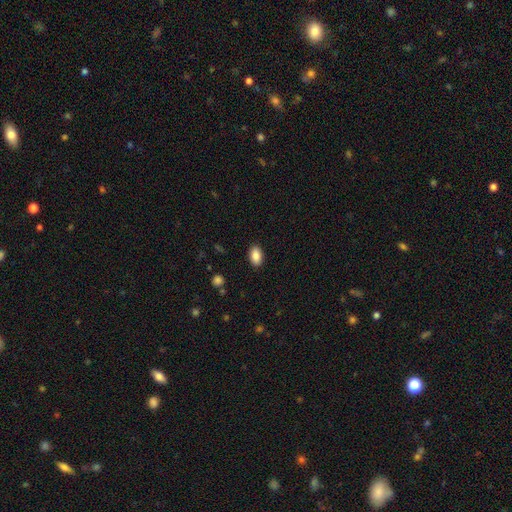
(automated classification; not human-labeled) The model was most divided on "smooth or featured": smooth: 88%, star or artifact: 7%, featured or disk: 5%. More confident: how rounded — in between (91%); merging — none (89%).